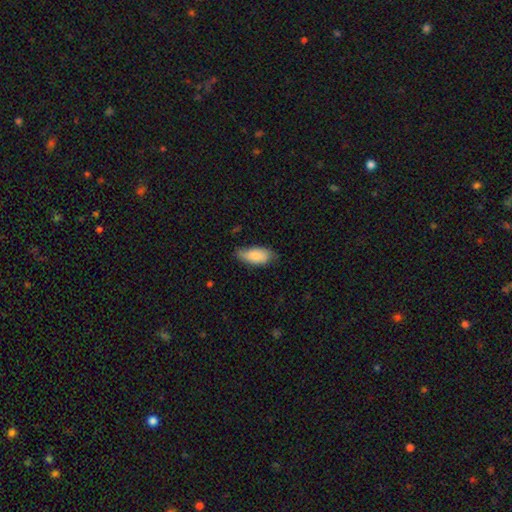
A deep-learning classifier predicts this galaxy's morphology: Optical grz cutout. It shows a smooth galaxy with no disk features (82%) that is in between round and cigar-shaped (89%). Merging: none (63%).